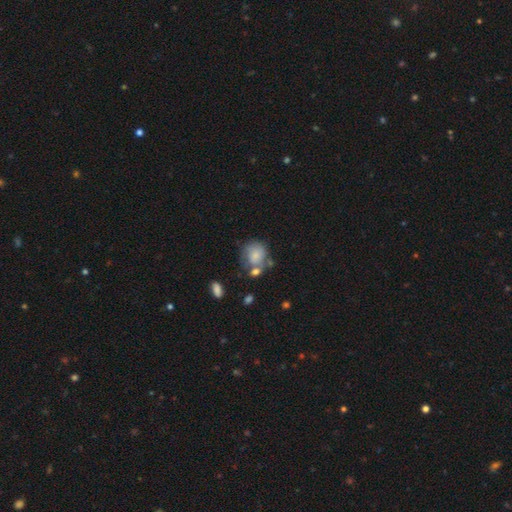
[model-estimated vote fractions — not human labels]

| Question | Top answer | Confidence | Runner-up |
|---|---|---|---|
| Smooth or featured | smooth | 70% | featured or disk (22%) |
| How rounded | round | 69% | in between (30%) |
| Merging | none | 44% | minor disturbance (24%) |